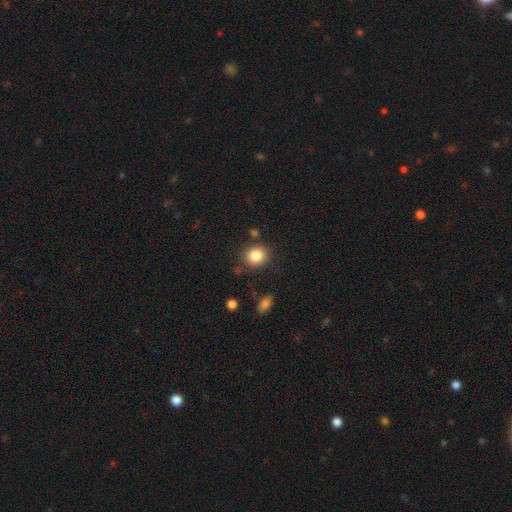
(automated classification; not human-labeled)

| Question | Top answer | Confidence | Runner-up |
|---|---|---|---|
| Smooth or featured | smooth | 84% | star or artifact (10%) |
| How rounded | round | 75% | in between (24%) |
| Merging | none | 82% | minor disturbance (10%) |